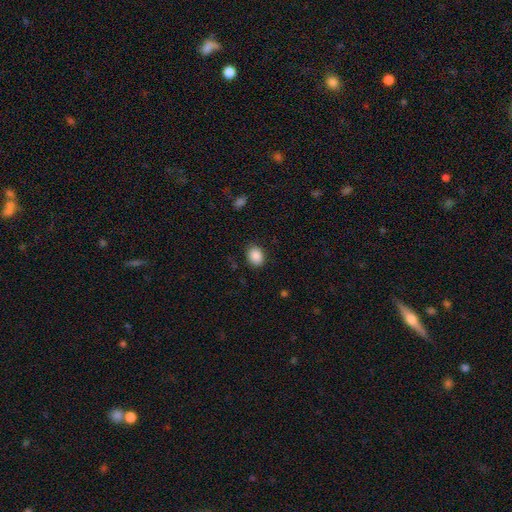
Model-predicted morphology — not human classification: The model was most divided on "how rounded": in between: 55%, round: 44%, cigar-shaped: 1%. More confident: smooth or featured — smooth (89%); merging — none (86%).